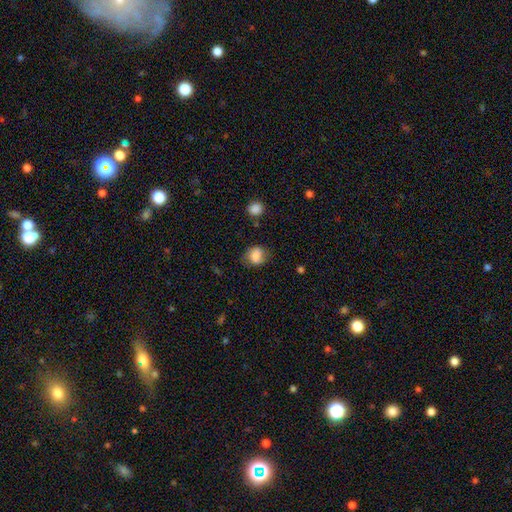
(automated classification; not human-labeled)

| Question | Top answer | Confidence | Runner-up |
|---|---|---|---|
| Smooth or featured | smooth | 78% | featured or disk (13%) |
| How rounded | round | 58% | in between (41%) |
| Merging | none | 63% | minor disturbance (25%) |